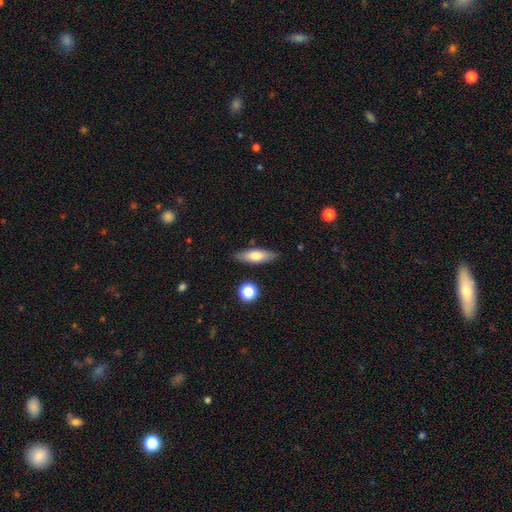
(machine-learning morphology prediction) Smooth or featured? smooth (68%)
How rounded? in between (53%)
Merging? none (84%)